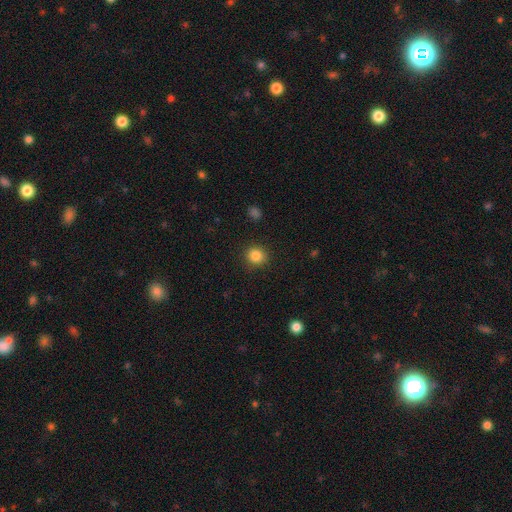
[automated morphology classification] type=smooth (84%); roundness=round (89%); merging=none (90%).